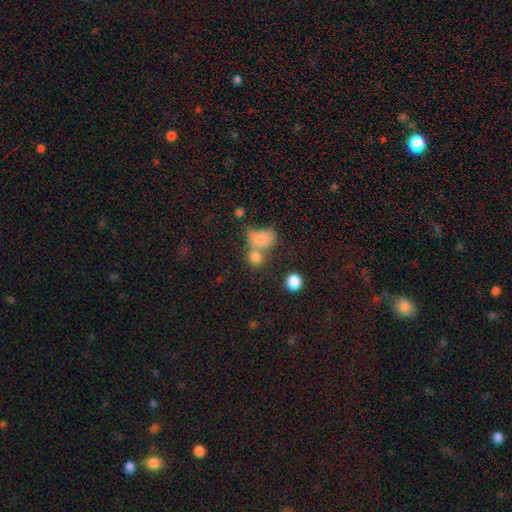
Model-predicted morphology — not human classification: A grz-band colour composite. It shows a smooth galaxy with no disk features (44%). Merging: none (42%).